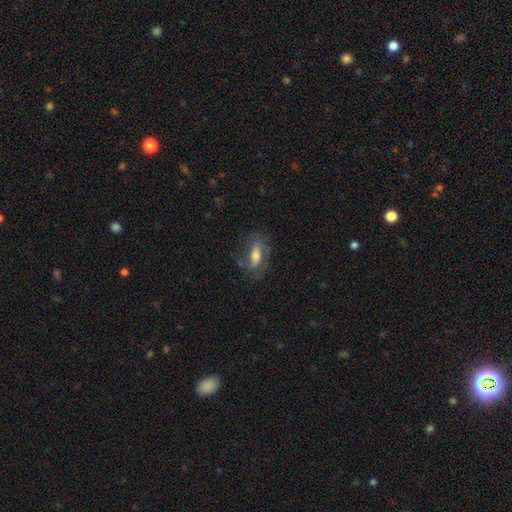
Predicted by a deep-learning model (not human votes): Overall: featured or disk (57%; smooth 34%). Edge-on disk: no (78%). Merging: none (65%).